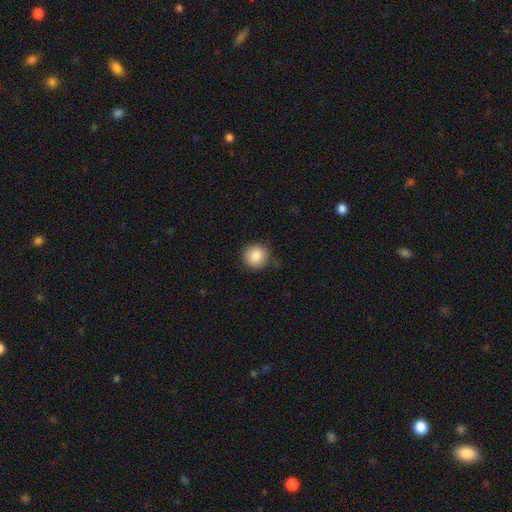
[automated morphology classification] Overall: smooth (86%). How rounded: round (92%). Merging: none (79%).